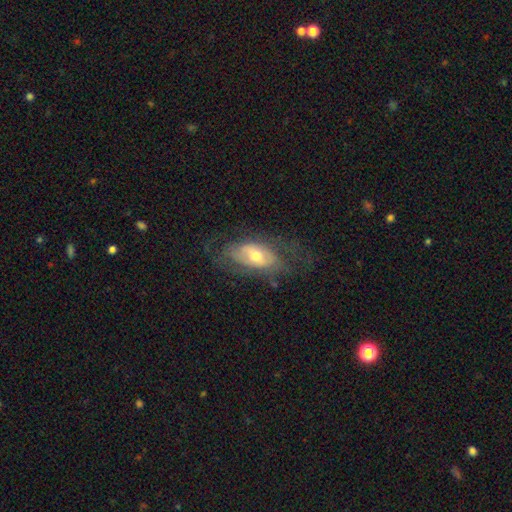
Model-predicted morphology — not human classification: Q: Smooth or featured?
A: featured or disk (58%); runner-up: smooth (35%)
Q: Edge-on disk?
A: no (87%); runner-up: yes (13%)
Q: Bar?
A: no (62%); runner-up: weak (28%)
Q: Spiral arms?
A: yes (53%); runner-up: no (47%)
Q: Bulge size?
A: moderate (66%); runner-up: small (26%)
Q: Merging?
A: none (58%); runner-up: minor disturbance (22%)